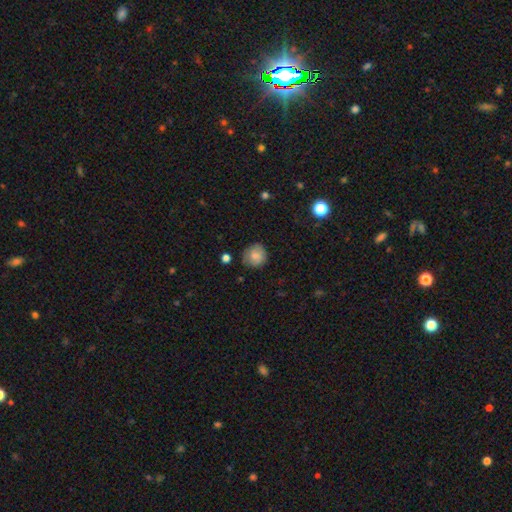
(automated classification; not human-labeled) Smooth or featured?
  - smooth: 81% *
  - featured or disk: 11%
  - star or artifact: 8%
How rounded?
  - round: 88% *
  - in between: 11%
  - cigar-shaped: 1%
Merging?
  - none: 79% *
  - minor disturbance: 16%
  - major disturbance: 3%
  - merger: 2%